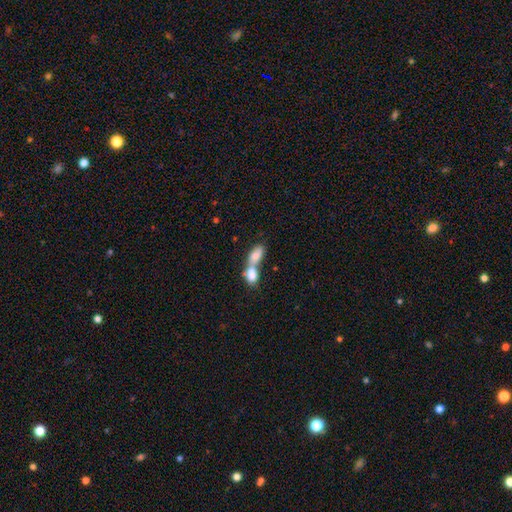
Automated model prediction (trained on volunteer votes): Smooth or featured? Predicted: smooth (p=0.75). How rounded? Predicted: in between (p=0.83). Merging? Predicted: merger (p=0.75).